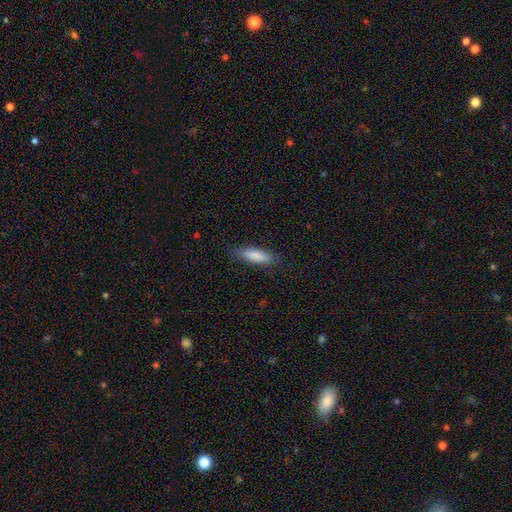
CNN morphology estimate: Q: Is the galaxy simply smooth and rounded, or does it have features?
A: smooth — 86%.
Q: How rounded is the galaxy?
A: cigar-shaped — 53%.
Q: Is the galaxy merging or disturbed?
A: none — 84%.